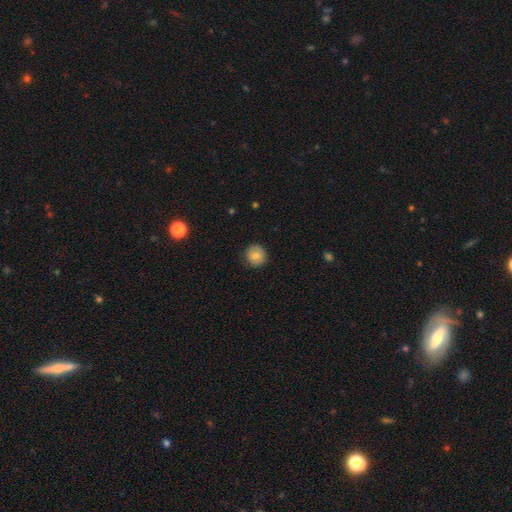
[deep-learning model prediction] Smooth or featured?
  - smooth: 77% *
  - featured or disk: 16%
  - star or artifact: 8%
How rounded?
  - round: 90% *
  - in between: 9%
  - cigar-shaped: 1%
Merging?
  - none: 85% *
  - minor disturbance: 11%
  - major disturbance: 2%
  - merger: 1%